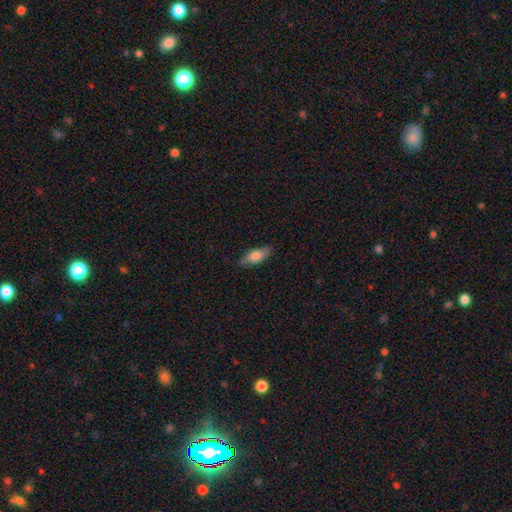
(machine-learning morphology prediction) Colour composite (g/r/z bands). It shows a smooth galaxy with no disk features (73%) that is in between round and cigar-shaped (75%). Merging: none (80%).